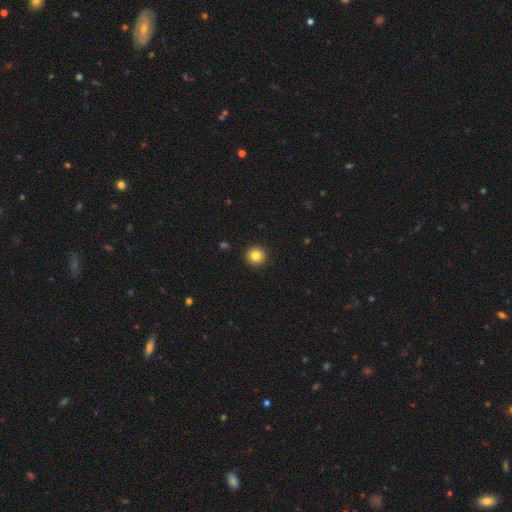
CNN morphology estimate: Smooth or featured?
  - smooth: 82% *
  - star or artifact: 11%
  - featured or disk: 7%
How rounded?
  - round: 95% *
  - in between: 4%
  - cigar-shaped: 1%
Merging?
  - none: 93% *
  - minor disturbance: 5%
  - major disturbance: 2%
  - merger: 1%